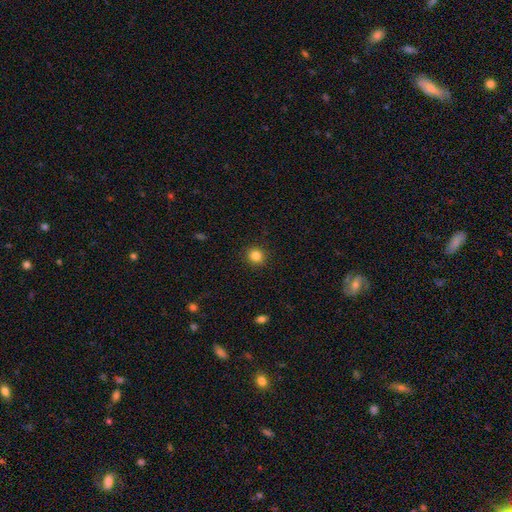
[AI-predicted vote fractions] A smooth galaxy with no disk features (84%) that is round (88%). Merging: none (91%).